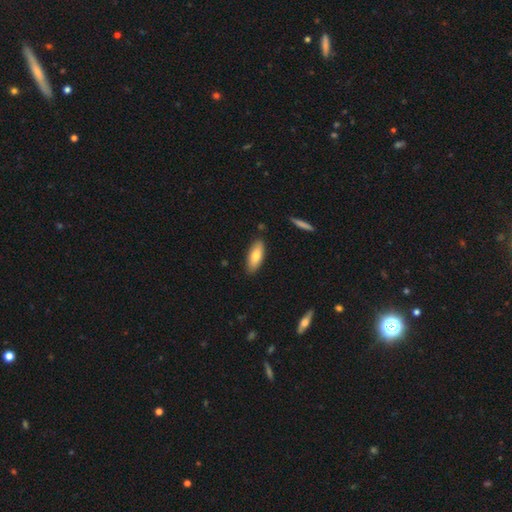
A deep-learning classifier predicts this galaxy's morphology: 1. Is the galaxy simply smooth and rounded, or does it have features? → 76% smooth, 18% featured or disk, 6% star or artifact.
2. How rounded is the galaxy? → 73% in between, 25% cigar-shaped, 2% round.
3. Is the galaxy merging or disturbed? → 85% none, 11% minor disturbance, 2% merger, 2% major disturbance.